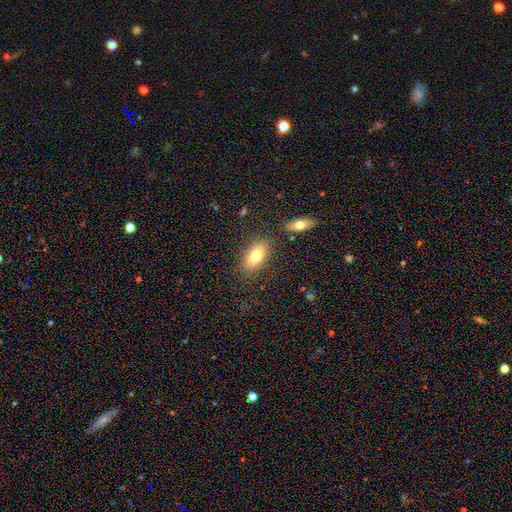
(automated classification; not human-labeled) This appears to be a smooth galaxy with no disk features (76%) that is in between round and cigar-shaped (85%). Merging: none (81%).